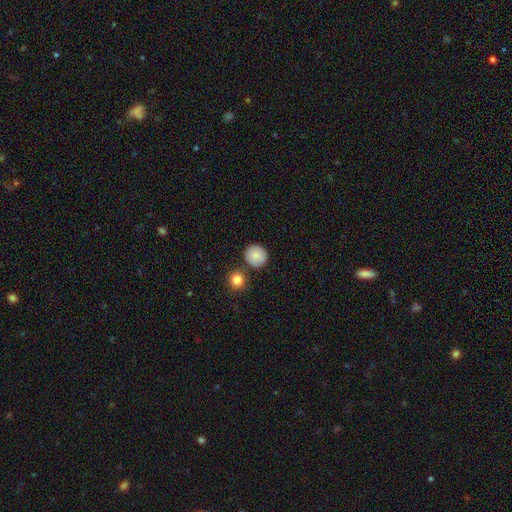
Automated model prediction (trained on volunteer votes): Smooth or featured: smooth — 86% (star or artifact — 8%)
How rounded: round — 90% (in between — 9%)
Merging: none — 78% (minor disturbance — 10%)